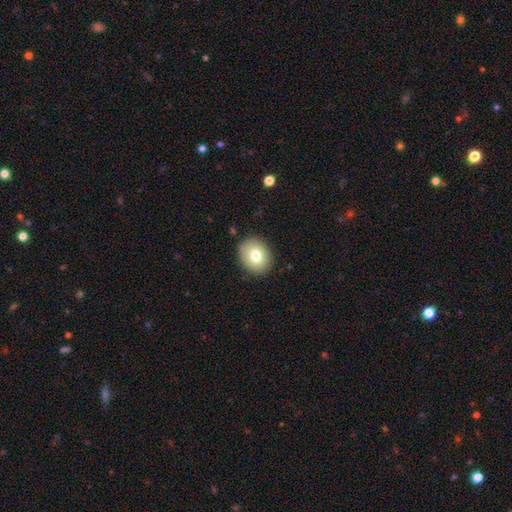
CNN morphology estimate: This is likely a smooth galaxy (76%). How rounded: possibly round (55%). Merging: clearly none (87%).